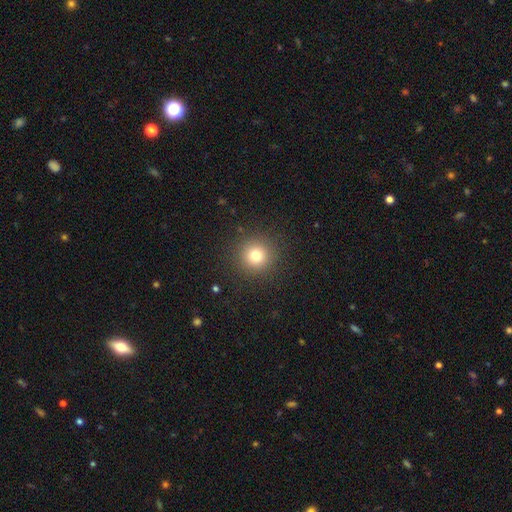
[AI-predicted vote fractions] Q: Smooth or featured?
A: smooth (77%); runner-up: star or artifact (15%)
Q: How rounded?
A: round (94%); runner-up: in between (5%)
Q: Merging?
A: none (90%); runner-up: minor disturbance (6%)